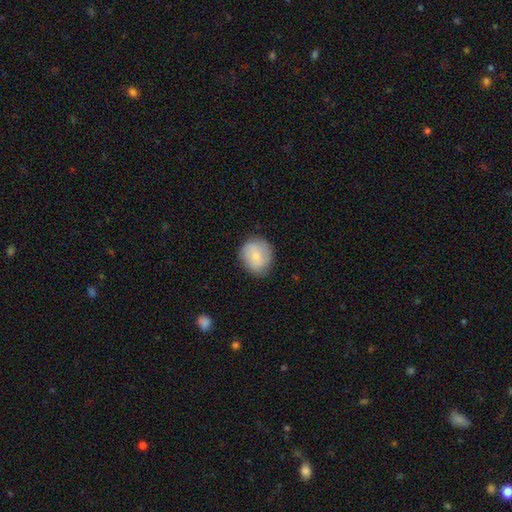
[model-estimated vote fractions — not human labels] Overall: smooth (73%). How rounded: round (82%). Merging: none (80%).